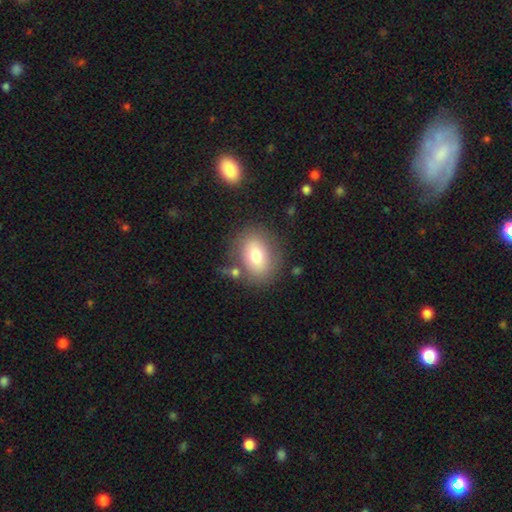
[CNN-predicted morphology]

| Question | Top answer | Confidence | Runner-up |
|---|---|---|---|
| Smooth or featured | smooth | 71% | featured or disk (20%) |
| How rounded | in between | 63% | round (36%) |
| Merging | none | 75% | minor disturbance (14%) |